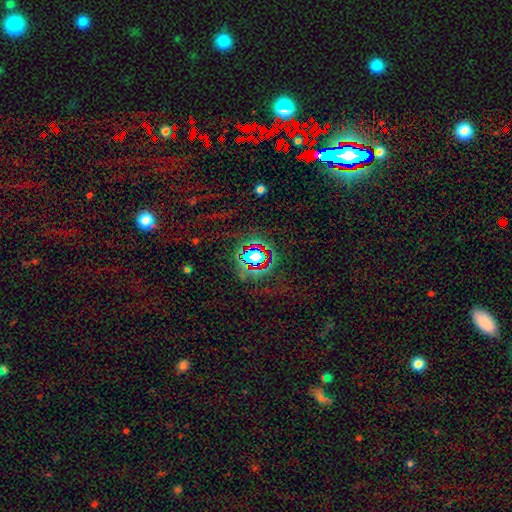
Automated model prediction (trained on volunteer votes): A star or artifact, not a galaxy (67%).